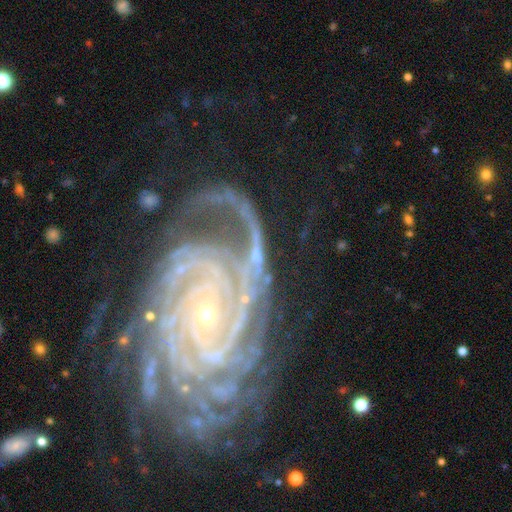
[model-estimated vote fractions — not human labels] smooth-or-featured: featured or disk: 89% | star or artifact: 7% | smooth: 4%
  disk-edge-on: no: 97% | yes: 3%
    bar: no: 64% | weak: 19% | strong: 17%
    has-spiral-arms: yes: 98% | no: 2%
      spiral-winding: tight: 71% | medium: 22% | loose: 7%
      spiral-arm-count: more than 4: 20% | 2: 19% | 4: 18% | 3: 18% | can't tell: 16% | 1: 10%
    bulge-size: small: 80% | moderate: 16% | large: 2% | none: 1% | dominant: 1%
  merging: none: 57% | minor disturbance: 19% | major disturbance: 19% | merger: 5%